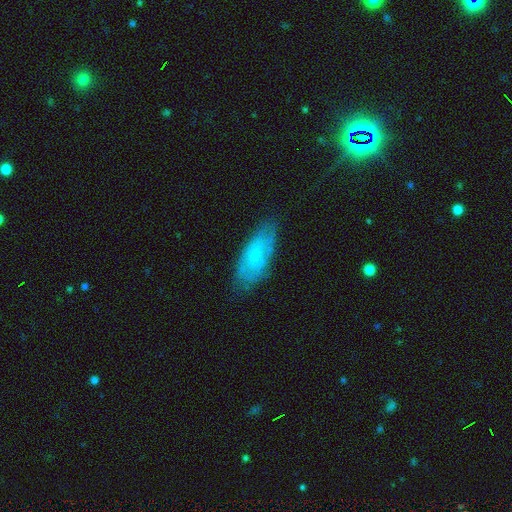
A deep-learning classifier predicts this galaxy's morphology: type=smooth (52%); roundness=in between (77%); merging=none (67%).